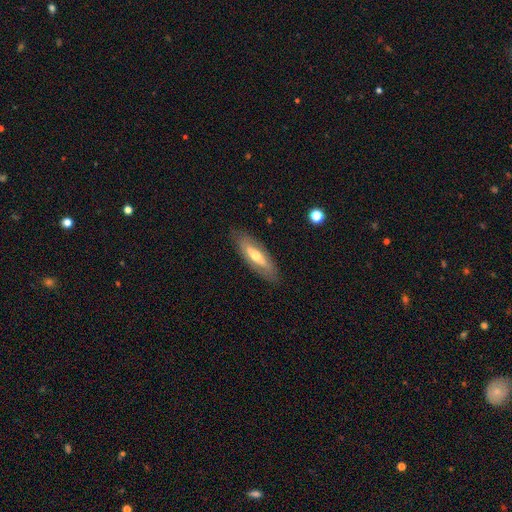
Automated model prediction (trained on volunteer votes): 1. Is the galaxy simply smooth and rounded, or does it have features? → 52% featured or disk, 43% smooth, 6% star or artifact.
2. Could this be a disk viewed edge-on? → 61% no, 39% yes.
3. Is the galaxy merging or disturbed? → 83% none, 12% minor disturbance, 4% major disturbance, 1% merger.